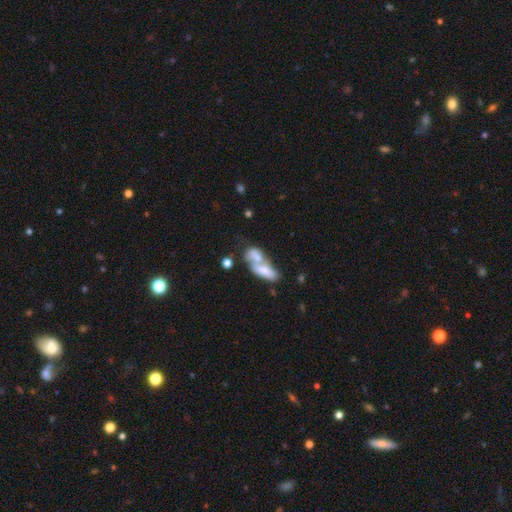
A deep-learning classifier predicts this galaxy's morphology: Smooth or featured?
  - smooth: 66% *
  - featured or disk: 26%
  - star or artifact: 8%
How rounded?
  - in between: 76% *
  - cigar-shaped: 16%
  - round: 8%
Merging?
  - merger: 70% *
  - none: 16%
  - minor disturbance: 7%
  - major disturbance: 6%